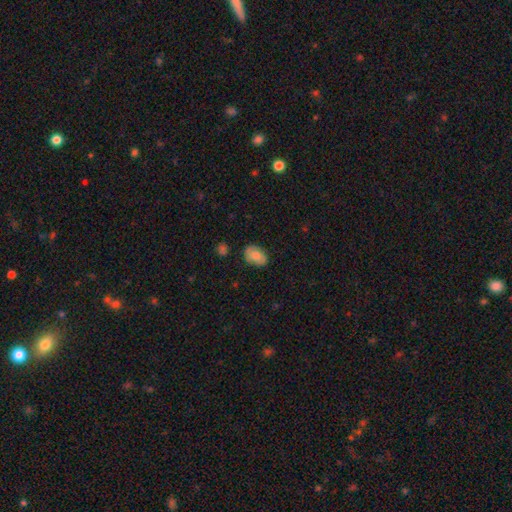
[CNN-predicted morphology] Smooth or featured: smooth — 76% (featured or disk — 17%)
How rounded: in between — 84% (round — 14%)
Merging: none — 77% (minor disturbance — 18%)